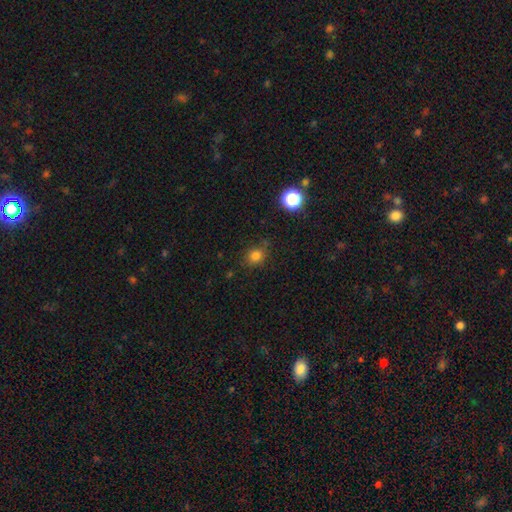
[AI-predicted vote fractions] Smooth or featured: smooth — 80% (star or artifact — 15%)
How rounded: round — 70% (in between — 29%)
Merging: none — 79% (minor disturbance — 15%)